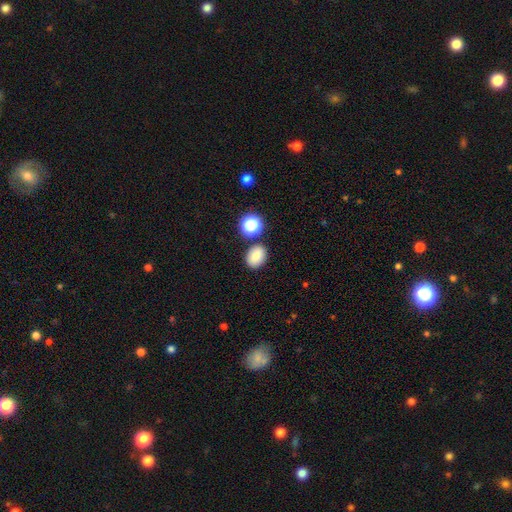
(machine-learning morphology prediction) This appears to be a smooth galaxy with no disk features (81%) that is in between round and cigar-shaped (61%). Merging: none (80%).